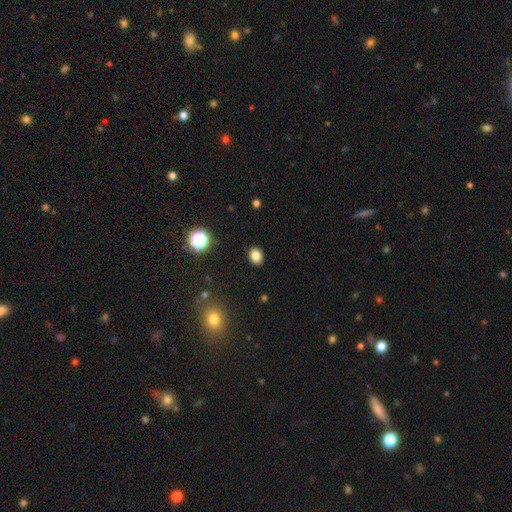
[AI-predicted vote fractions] Smooth or featured: smooth — 82% (star or artifact — 13%)
How rounded: in between — 52% (round — 47%)
Merging: none — 90% (minor disturbance — 7%)